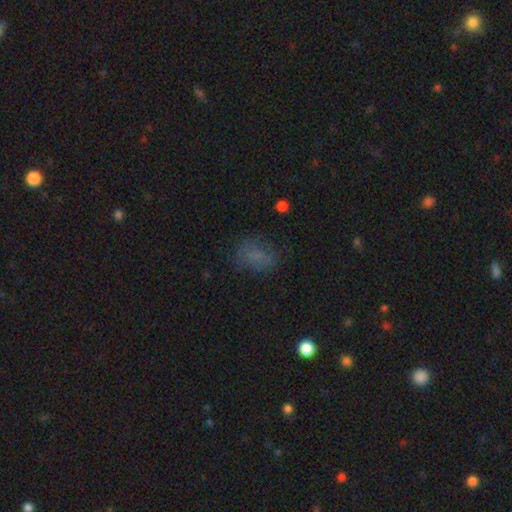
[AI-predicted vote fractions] smooth 65%, star or artifact 20%, featured or disk 15%. Down the decision tree: how rounded — in between (71%); merging — none (64%).